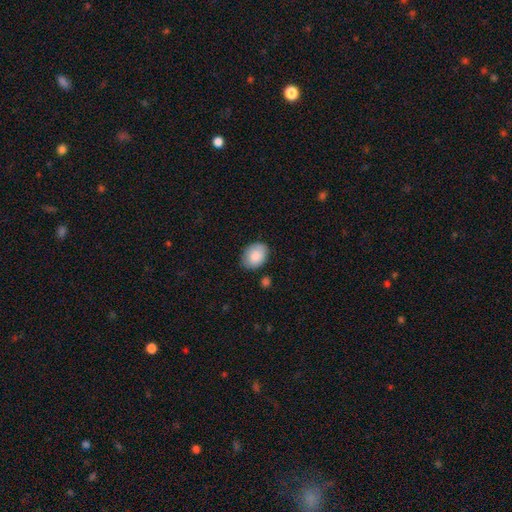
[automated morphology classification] type=smooth (85%); roundness=in between (70%); merging=none (79%).